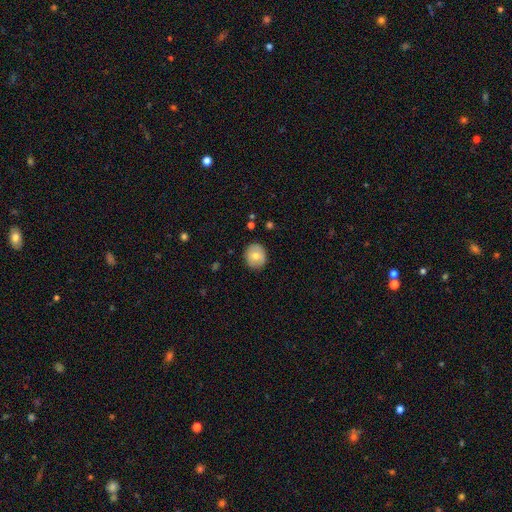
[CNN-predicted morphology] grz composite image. It shows a smooth galaxy with no disk features (67%) that is round (75%). Merging: none (85%).